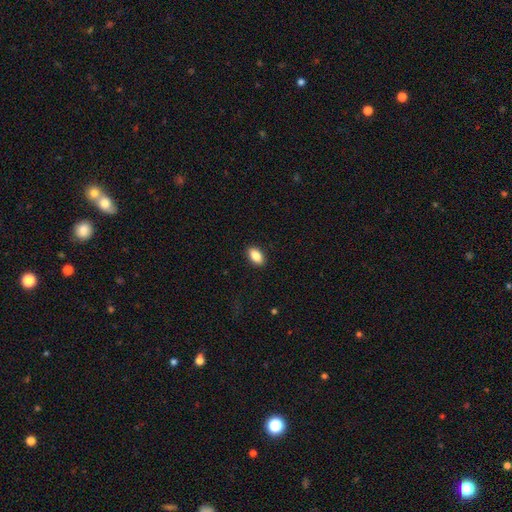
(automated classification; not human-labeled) This is clearly a smooth galaxy (86%). How rounded: clearly in between (91%). Merging: clearly none (90%).